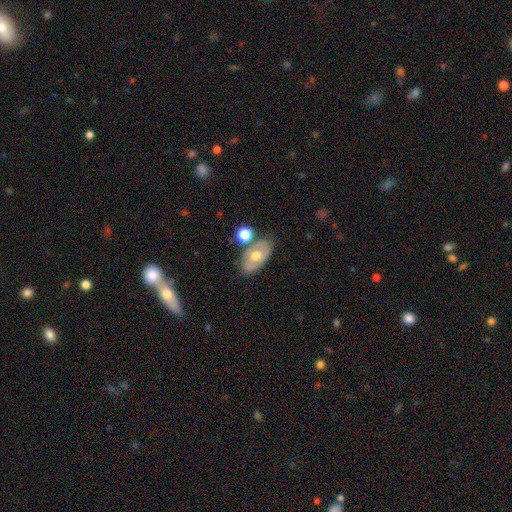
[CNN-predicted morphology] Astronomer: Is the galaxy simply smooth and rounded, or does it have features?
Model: smooth — 48% (runner-up: featured or disk, 45%).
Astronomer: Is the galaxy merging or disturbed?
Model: none — 67%.